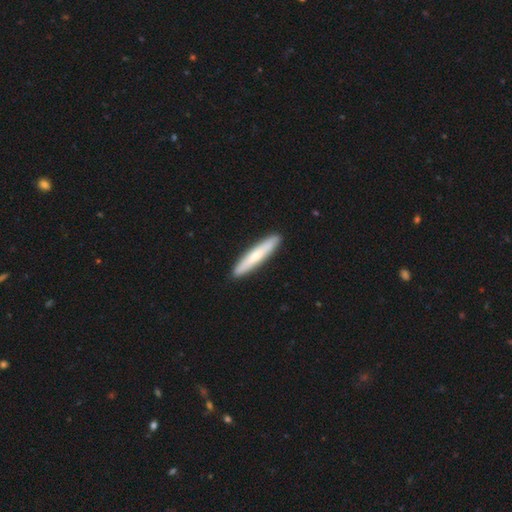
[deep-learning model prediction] This appears to be a smooth galaxy with no disk features (65%) that is cigar-shaped (92%). Merging: none (92%).